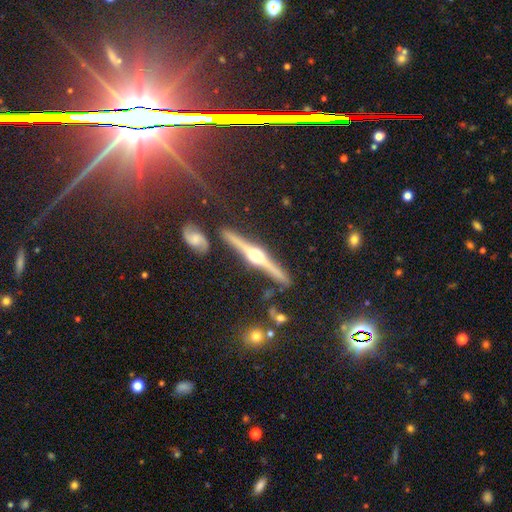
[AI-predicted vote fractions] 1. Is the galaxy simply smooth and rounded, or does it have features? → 85% featured or disk, 9% smooth, 6% star or artifact.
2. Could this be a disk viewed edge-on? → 98% yes, 2% no.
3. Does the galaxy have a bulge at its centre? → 96% rounded, 3% boxy, 2% none.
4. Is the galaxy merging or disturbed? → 88% none, 7% minor disturbance, 3% merger, 2% major disturbance.